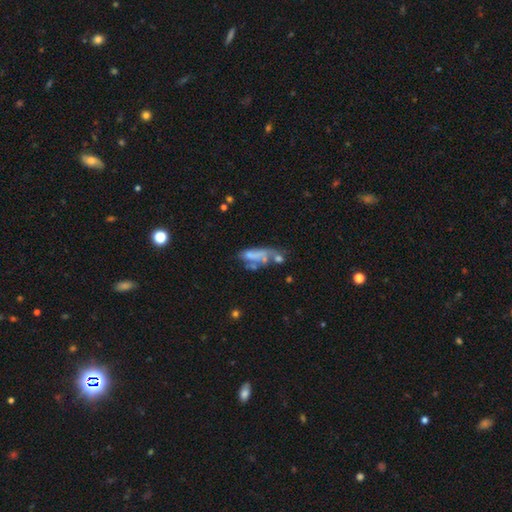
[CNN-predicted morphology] smooth 49%, featured or disk 39%, star or artifact 12%. Down the decision tree: merging — merger (28%).